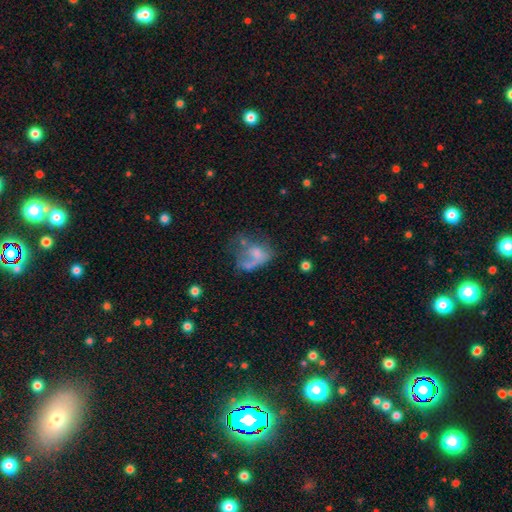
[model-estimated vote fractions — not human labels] A smooth galaxy with no disk features (47%).

Vote fractions:
- Smooth or featured? smooth: 47% / featured or disk: 40% / star or artifact: 13%
- Merging? major disturbance: 38% / merger: 26% / none: 21% / minor disturbance: 16%